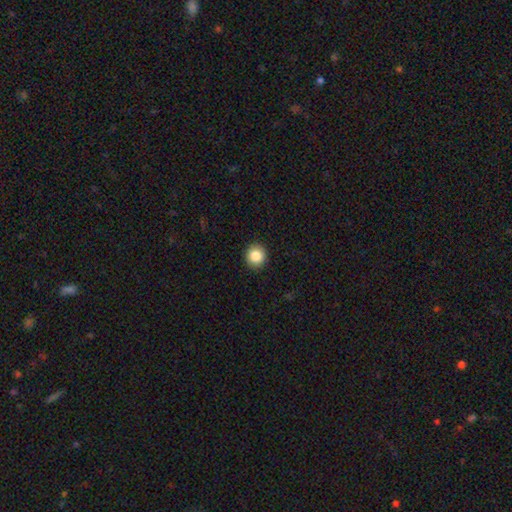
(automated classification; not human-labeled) Overall: smooth (85%). How rounded: round (90%). Merging: none (92%).